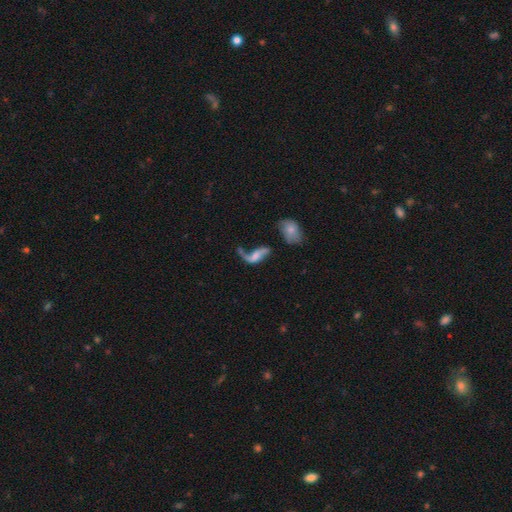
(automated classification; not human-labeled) smooth_or_featured: featured or disk (p=0.64) [alt: smooth p=0.27]
disk_edge_on: no (p=0.93) [alt: yes p=0.07]
bar: no (p=0.56) [alt: weak p=0.33]
has_spiral_arms: yes (p=0.82) [alt: no p=0.18]
bulge_size: small (p=0.35) [alt: none p=0.31]
merging: major disturbance (p=0.34) [alt: none p=0.29]